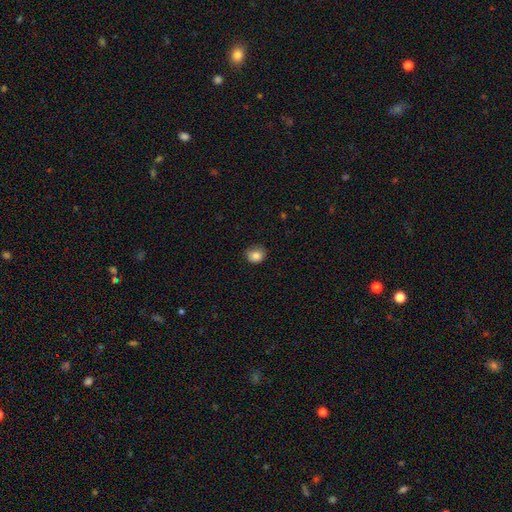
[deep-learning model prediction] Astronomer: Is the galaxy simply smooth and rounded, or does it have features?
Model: smooth — 85%.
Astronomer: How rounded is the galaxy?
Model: round — 75%.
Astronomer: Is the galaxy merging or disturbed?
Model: none — 77%.